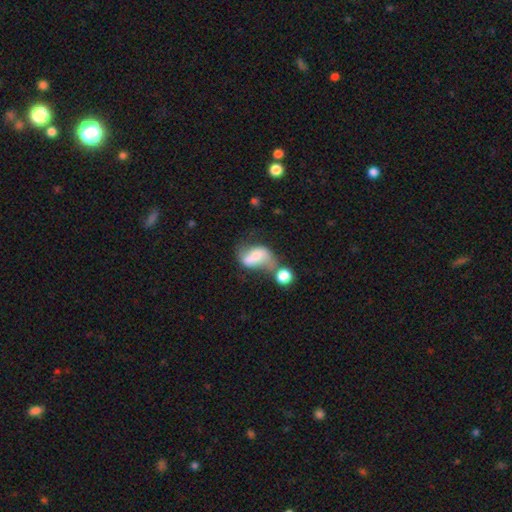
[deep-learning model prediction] Q: Smooth or featured?
A: featured or disk (53%); runner-up: smooth (38%)
Q: Edge-on disk?
A: no (95%); runner-up: yes (5%)
Q: Bar?
A: no (36%); runner-up: weak (35%)
Q: Spiral arms?
A: yes (73%); runner-up: no (27%)
Q: Bulge size?
A: moderate (38%); runner-up: small (36%)
Q: Merging?
A: merger (35%); runner-up: none (29%)